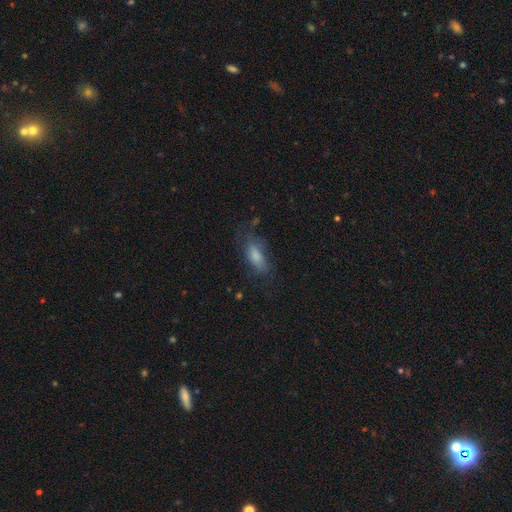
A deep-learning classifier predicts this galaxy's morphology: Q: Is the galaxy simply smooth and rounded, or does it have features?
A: smooth — 74%.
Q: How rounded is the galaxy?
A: in between — 77%.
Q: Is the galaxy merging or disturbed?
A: none — 56%.